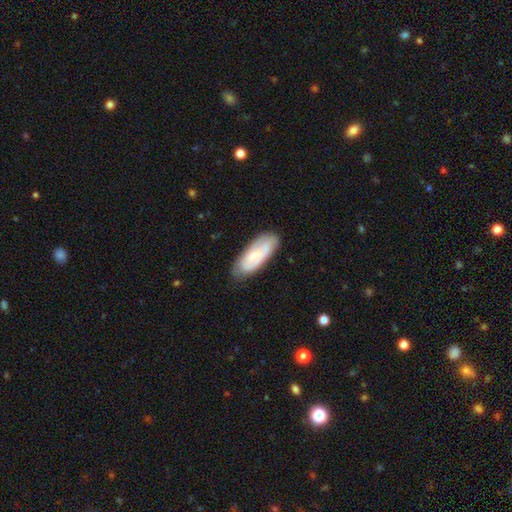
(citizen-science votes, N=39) Volunteers were most divided on "smooth or featured": smooth: 51%, featured or disk: 49%, star or artifact: 0%. More confident: how rounded — in between (80%); merging — none (69%).